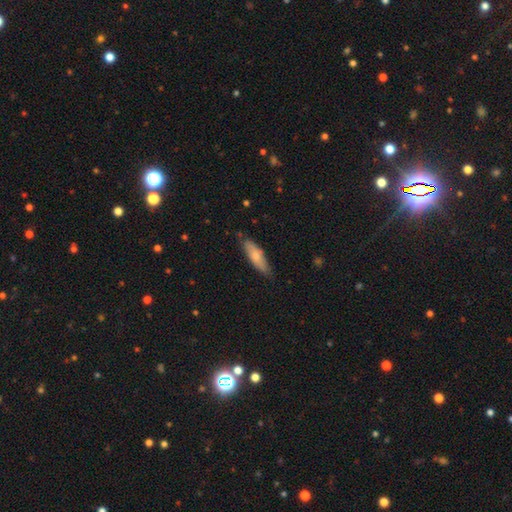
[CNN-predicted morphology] Q: Smooth or featured?
A: smooth (71%); runner-up: featured or disk (24%)
Q: How rounded?
A: cigar-shaped (51%); runner-up: in between (48%)
Q: Merging?
A: none (77%); runner-up: minor disturbance (19%)